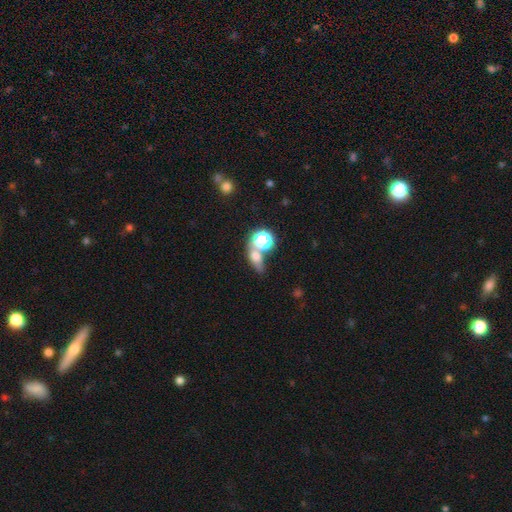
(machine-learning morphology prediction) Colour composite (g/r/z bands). It shows a smooth galaxy with no disk features (62%) that is in between round and cigar-shaped (54%). Merging: none (43%).